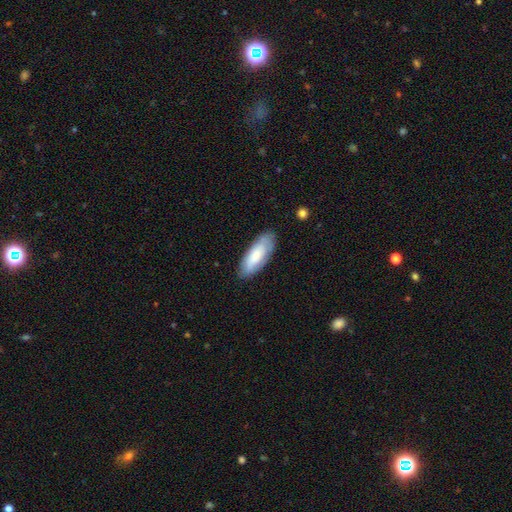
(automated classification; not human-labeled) Overall: smooth (70%). How rounded: in between (73%). Merging: none (79%).